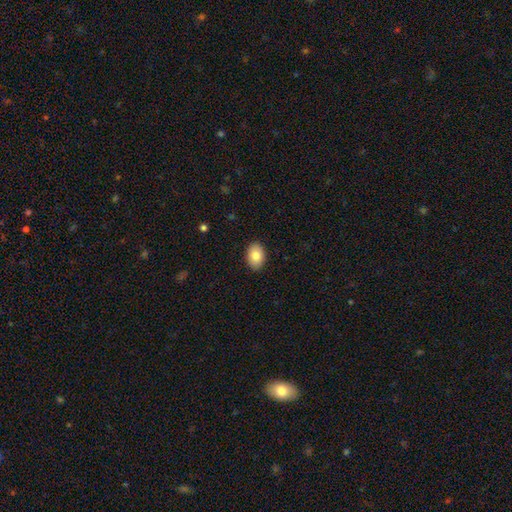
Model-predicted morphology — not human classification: smooth-or-featured: smooth: 84% | featured or disk: 9% | star or artifact: 7%
  how-rounded: in between: 84% | round: 15% | cigar-shaped: 1%
  merging: none: 89% | minor disturbance: 8% | major disturbance: 2% | merger: 1%